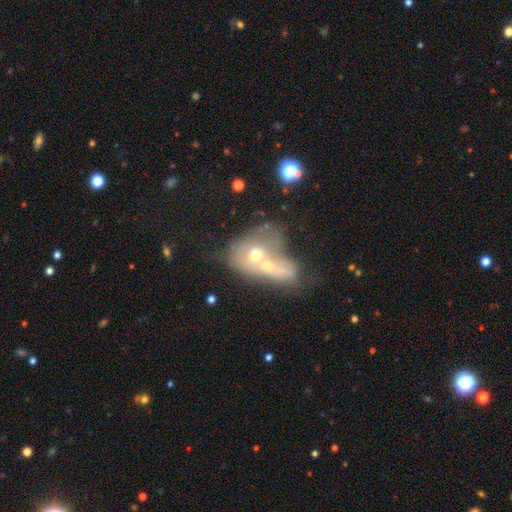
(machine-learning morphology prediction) A smooth galaxy with no disk features (47%).

Vote fractions:
- Smooth or featured? smooth: 47% / featured or disk: 42% / star or artifact: 11%
- Merging? merger: 77% / none: 9% / major disturbance: 8% / minor disturbance: 6%